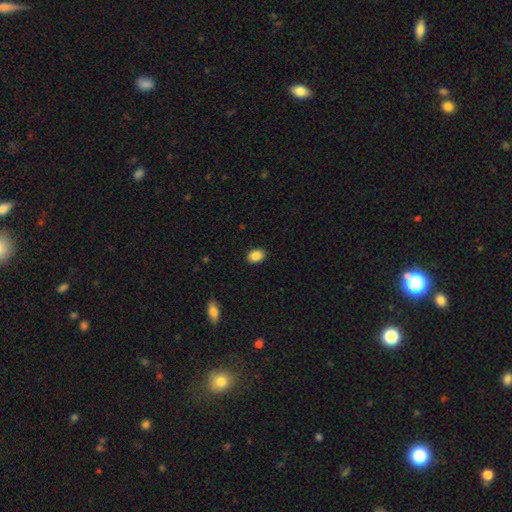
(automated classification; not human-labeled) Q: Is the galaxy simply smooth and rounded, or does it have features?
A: smooth — 87%.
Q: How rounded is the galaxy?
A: in between — 70%.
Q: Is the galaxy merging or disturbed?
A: none — 89%.